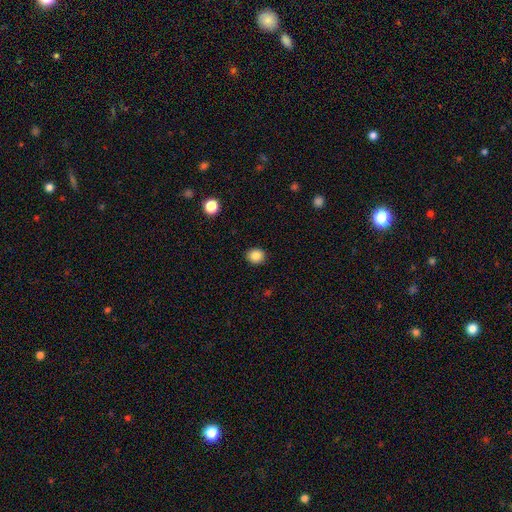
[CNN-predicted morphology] Smooth or featured? smooth (87%)
How rounded? round (76%)
Merging? none (91%)